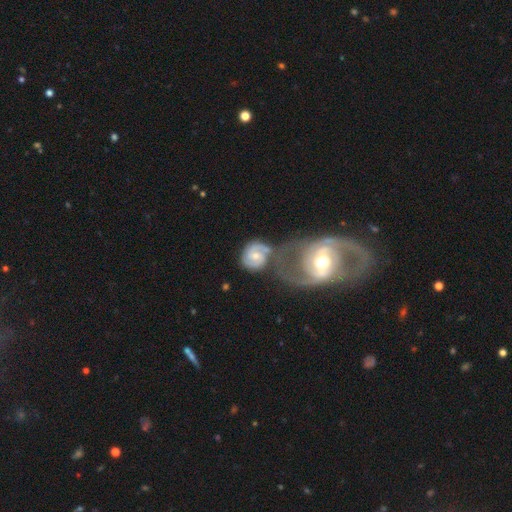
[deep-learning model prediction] Q: Smooth or featured?
A: featured or disk (82%); runner-up: smooth (13%)
Q: Edge-on disk?
A: no (98%); runner-up: yes (2%)
Q: Bar?
A: no (52%); runner-up: weak (39%)
Q: Spiral arms?
A: yes (95%); runner-up: no (5%)
Q: Spiral winding?
A: tight (53%); runner-up: medium (37%)
Q: Spiral arm count?
A: 2 (79%); runner-up: can't tell (9%)
Q: Bulge size?
A: moderate (50%); runner-up: small (44%)
Q: Merging?
A: merger (39%); runner-up: none (38%)